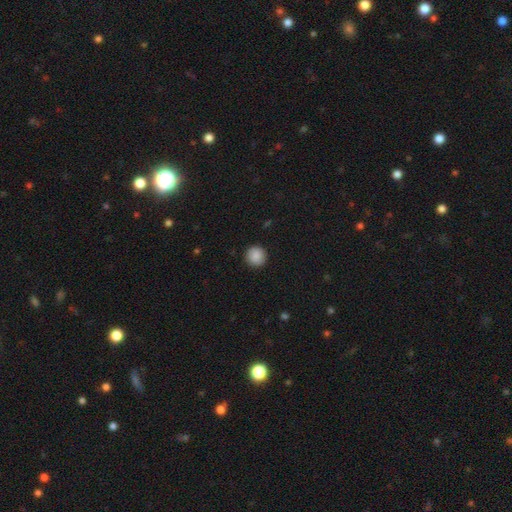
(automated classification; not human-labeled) smooth 89%, star or artifact 8%, featured or disk 3%. Down the decision tree: how rounded — round (93%); merging — none (91%).